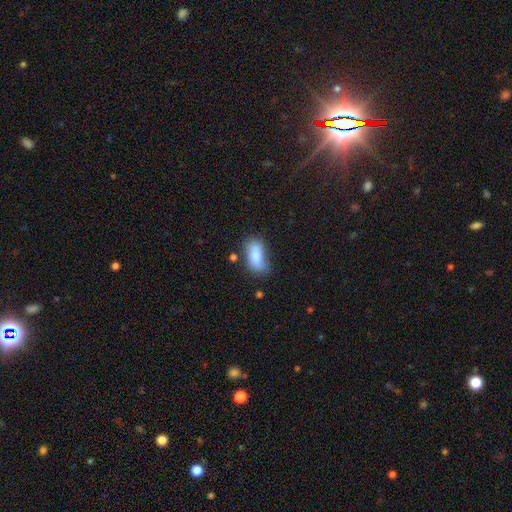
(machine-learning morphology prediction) Smooth or featured?
  - smooth: 79% *
  - featured or disk: 14%
  - star or artifact: 7%
How rounded?
  - in between: 89% *
  - cigar-shaped: 7%
  - round: 4%
Merging?
  - none: 55% *
  - minor disturbance: 28%
  - major disturbance: 9%
  - merger: 8%